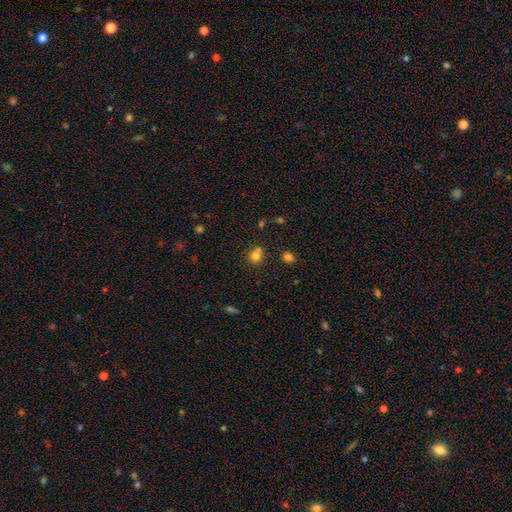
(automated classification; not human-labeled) smooth-or-featured: smooth: 76% | star or artifact: 16% | featured or disk: 8%
  how-rounded: round: 85% | in between: 14% | cigar-shaped: 1%
  merging: none: 58% | merger: 29% | minor disturbance: 9% | major disturbance: 3%